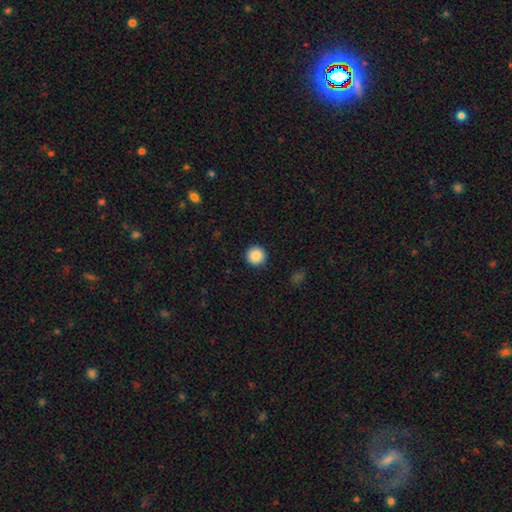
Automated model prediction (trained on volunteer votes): Smooth or featured: smooth — 88% (star or artifact — 8%)
How rounded: round — 95% (in between — 4%)
Merging: none — 92% (minor disturbance — 5%)